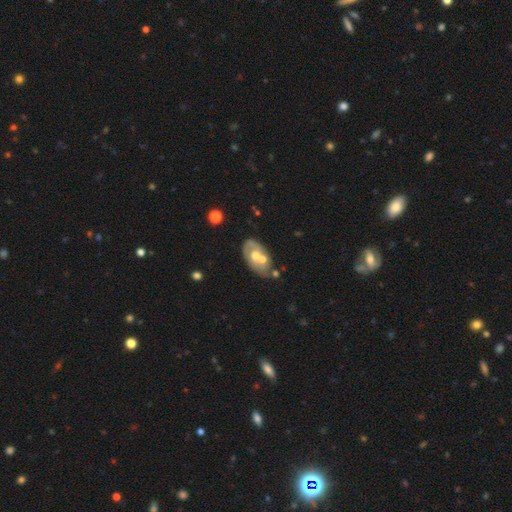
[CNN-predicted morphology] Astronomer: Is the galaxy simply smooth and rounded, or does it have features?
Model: featured or disk — 59% (runner-up: smooth, 34%).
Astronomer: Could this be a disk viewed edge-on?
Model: no — 94%.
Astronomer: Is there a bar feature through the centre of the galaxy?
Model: no — 84%.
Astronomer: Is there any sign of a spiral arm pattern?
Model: no — 65%.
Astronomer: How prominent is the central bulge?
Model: moderate — 71%.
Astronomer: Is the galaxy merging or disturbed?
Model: none — 41% (runner-up: merger, 33%).